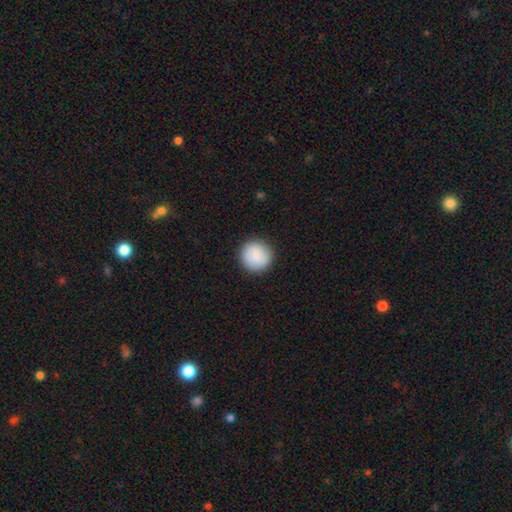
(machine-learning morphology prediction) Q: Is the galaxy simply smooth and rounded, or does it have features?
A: smooth — 87%.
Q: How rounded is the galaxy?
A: round — 94%.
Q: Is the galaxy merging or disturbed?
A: none — 90%.